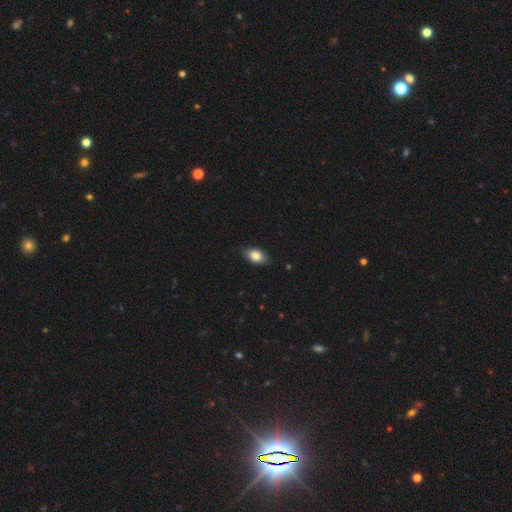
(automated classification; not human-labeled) Smooth or featured? Predicted: smooth (p=0.83). How rounded? Predicted: in between (p=0.88). Merging? Predicted: none (p=0.85).